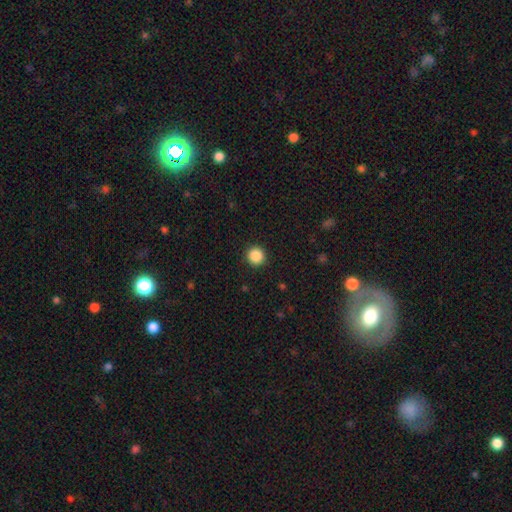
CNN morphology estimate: smooth-or-featured: smooth: 87% | star or artifact: 10% | featured or disk: 3%
  how-rounded: round: 94% | in between: 5% | cigar-shaped: 1%
  merging: none: 92% | minor disturbance: 5% | major disturbance: 2% | merger: 1%